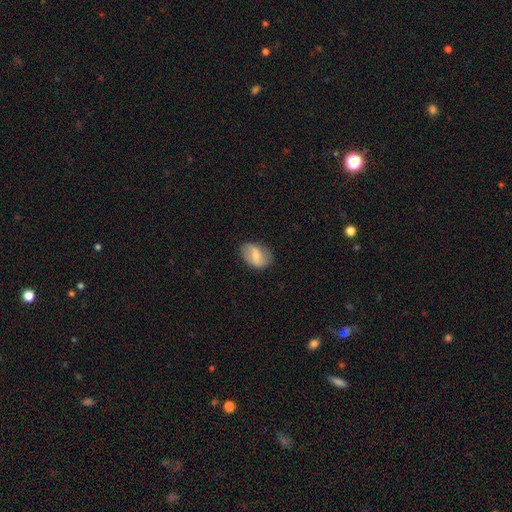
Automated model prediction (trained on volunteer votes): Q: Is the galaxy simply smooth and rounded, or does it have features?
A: featured or disk — 47%.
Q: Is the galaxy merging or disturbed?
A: none — 75%.